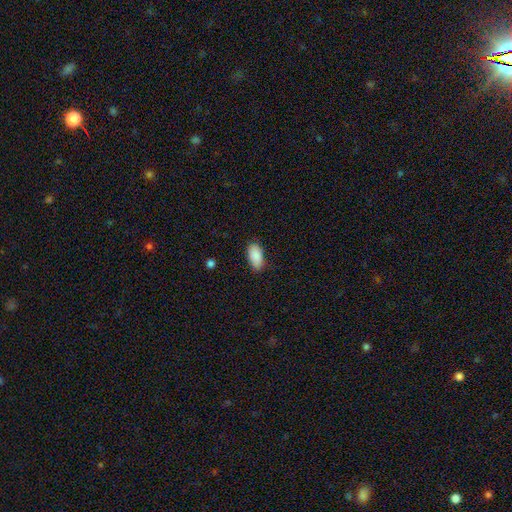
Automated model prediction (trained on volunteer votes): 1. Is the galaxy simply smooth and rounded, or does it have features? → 89% smooth, 7% star or artifact, 4% featured or disk.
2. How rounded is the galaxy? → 94% in between, 4% cigar-shaped, 3% round.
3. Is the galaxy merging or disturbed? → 83% none, 13% minor disturbance, 3% major disturbance, 1% merger.